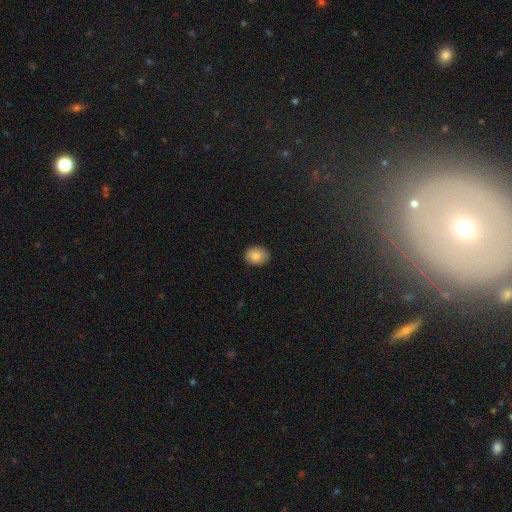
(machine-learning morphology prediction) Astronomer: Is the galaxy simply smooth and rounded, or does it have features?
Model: smooth — 86%.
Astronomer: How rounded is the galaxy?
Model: round — 52% (runner-up: in between, 47%).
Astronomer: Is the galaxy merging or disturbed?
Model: none — 84%.